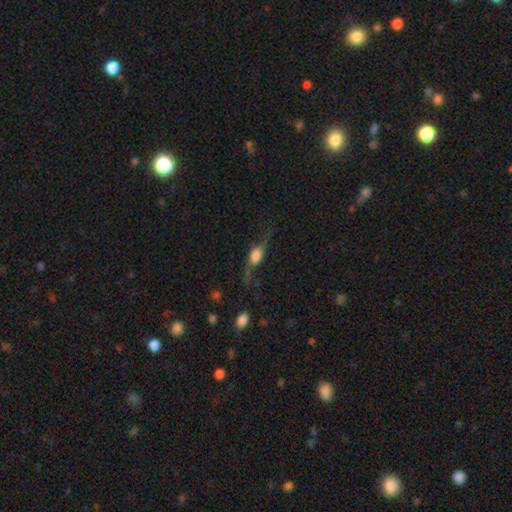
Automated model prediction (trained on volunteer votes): This is possibly a featured or disk galaxy (56%). It is likely viewed edge-on (63%). Merging: possibly none (54%).